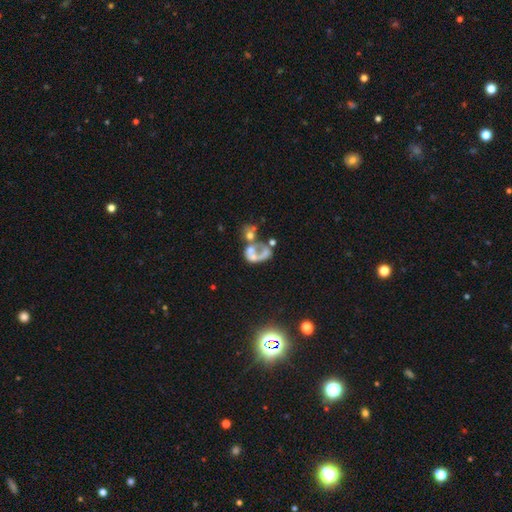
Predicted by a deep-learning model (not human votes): This is possibly a featured or disk galaxy (52%). It is clearly not viewed edge-on (98%). Bar: clearly no (90%). Spiral arm pattern: clearly no (83%). Central bulge: likely none (62%). Merging: possibly merger (49%).